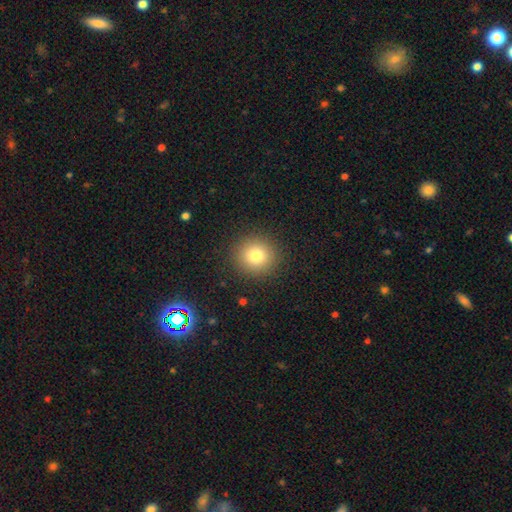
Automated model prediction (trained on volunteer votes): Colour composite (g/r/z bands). It shows a smooth galaxy with no disk features (80%) that is round (91%). Merging: none (90%).